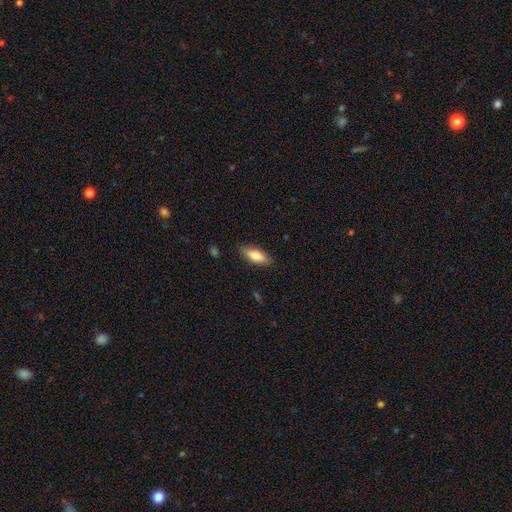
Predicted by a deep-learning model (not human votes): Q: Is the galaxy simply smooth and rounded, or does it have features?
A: smooth — 80%.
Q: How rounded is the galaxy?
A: in between — 75%.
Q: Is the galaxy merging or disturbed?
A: none — 85%.